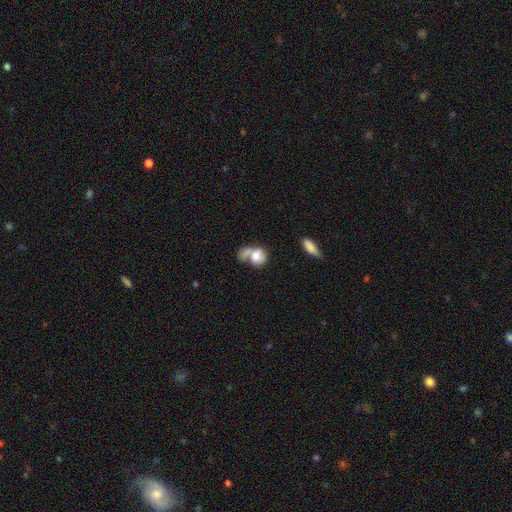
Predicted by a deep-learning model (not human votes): smooth 61%, featured or disk 31%, star or artifact 8%. Down the decision tree: how rounded — in between (60%); merging — merger (43%).